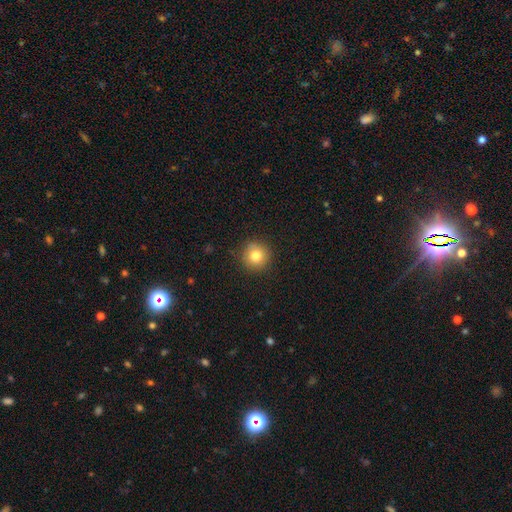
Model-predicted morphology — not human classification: smooth-or-featured: smooth: 79% | star or artifact: 11% | featured or disk: 10%
  how-rounded: round: 95% | in between: 4% | cigar-shaped: 1%
  merging: none: 89% | minor disturbance: 7% | major disturbance: 2% | merger: 1%